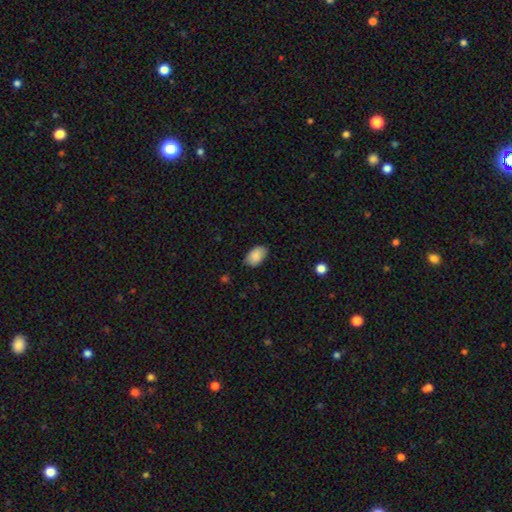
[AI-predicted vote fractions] smooth_or_featured: smooth (p=0.88) [alt: star or artifact p=0.07]
how_rounded: in between (p=0.92) [alt: round p=0.07]
merging: none (p=0.80) [alt: minor disturbance p=0.17]